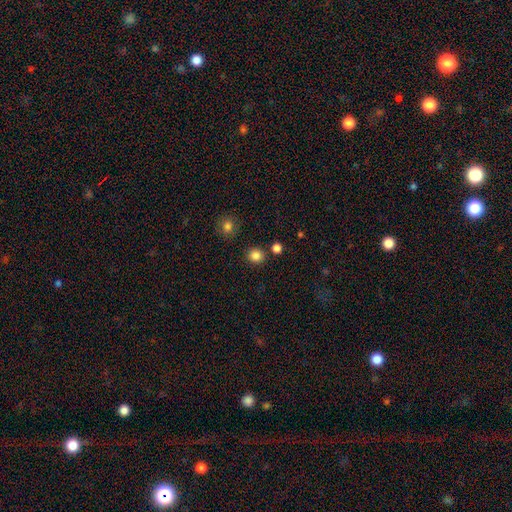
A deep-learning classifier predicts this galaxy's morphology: This is clearly a smooth galaxy (84%). How rounded: clearly round (89%). Merging: clearly none (87%).